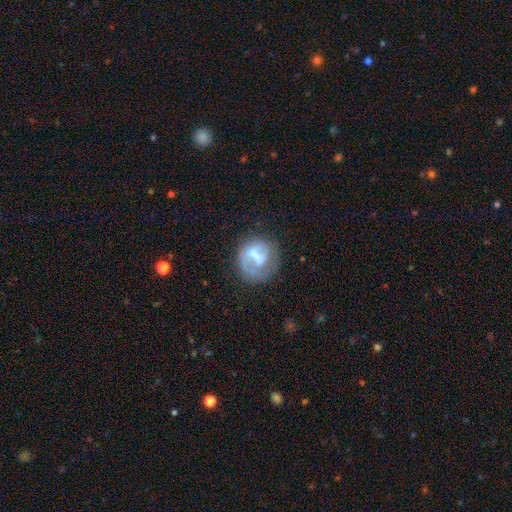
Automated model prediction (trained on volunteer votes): Q: Smooth or featured?
A: featured or disk (52%); runner-up: smooth (40%)
Q: Edge-on disk?
A: no (97%); runner-up: yes (3%)
Q: Merging?
A: none (54%); runner-up: major disturbance (21%)